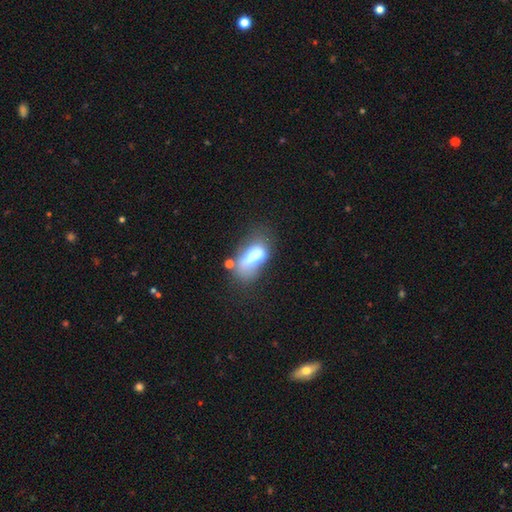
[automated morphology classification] Smooth or featured? smooth (64%)
How rounded? in between (85%)
Merging? major disturbance (29%)